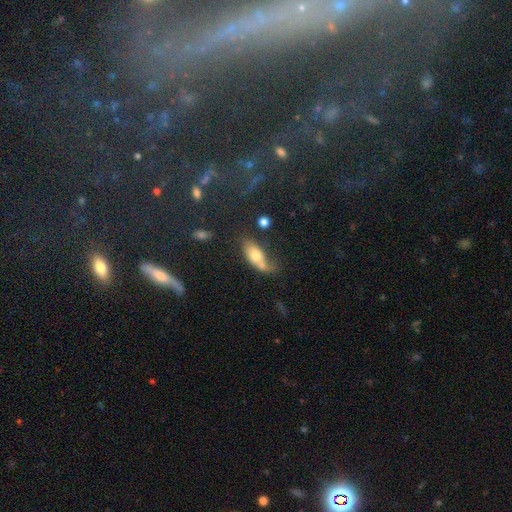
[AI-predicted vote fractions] smooth 66%, featured or disk 24%, star or artifact 10%. Down the decision tree: how rounded — in between (80%); merging — merger (32%).